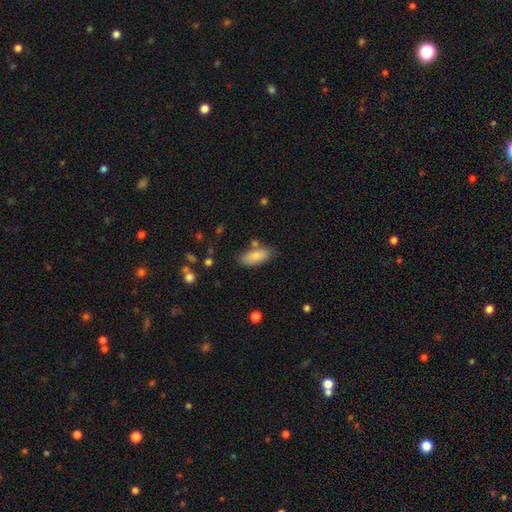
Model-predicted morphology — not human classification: Q: Smooth or featured?
A: smooth (84%); runner-up: featured or disk (9%)
Q: How rounded?
A: in between (87%); runner-up: cigar-shaped (11%)
Q: Merging?
A: none (73%); runner-up: minor disturbance (16%)